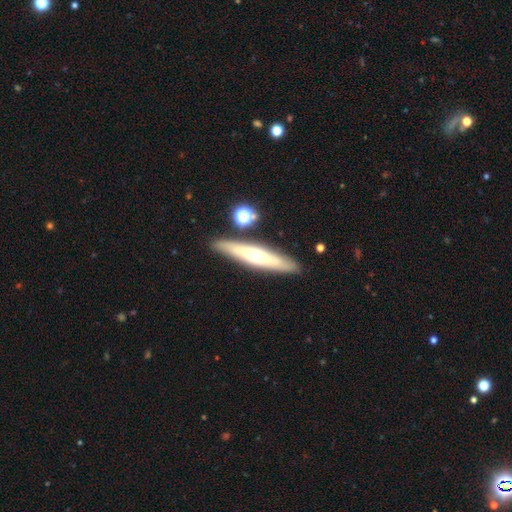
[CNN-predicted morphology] type=featured or disk (55%); edge-on=yes (85%); merging=none (83%).